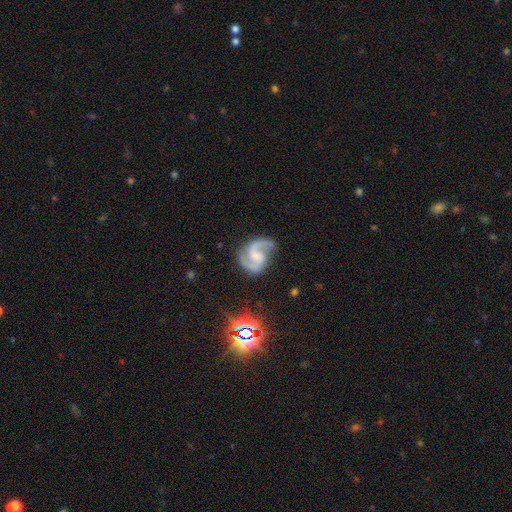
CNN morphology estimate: Smooth or featured? featured or disk (89%)
Edge-on disk? no (98%)
Bar? weak (45%)
Spiral arms? yes (98%)
Spiral winding? medium (59%)
Spiral arm count? 2 (92%)
Bulge size? none (38%)
Merging? none (74%)